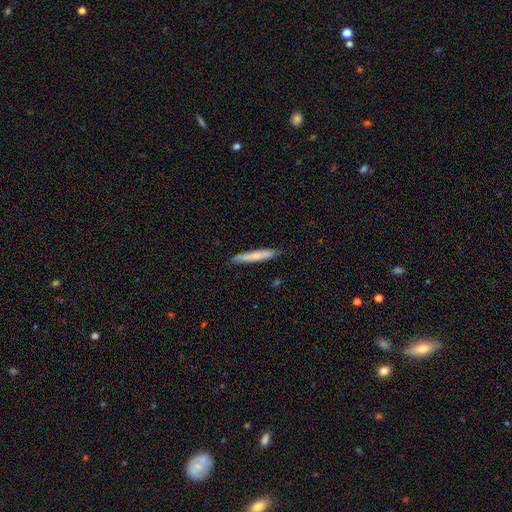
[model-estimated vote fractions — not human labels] smooth 70%, featured or disk 24%, star or artifact 6%. Down the decision tree: how rounded — cigar-shaped (95%); merging — none (87%).